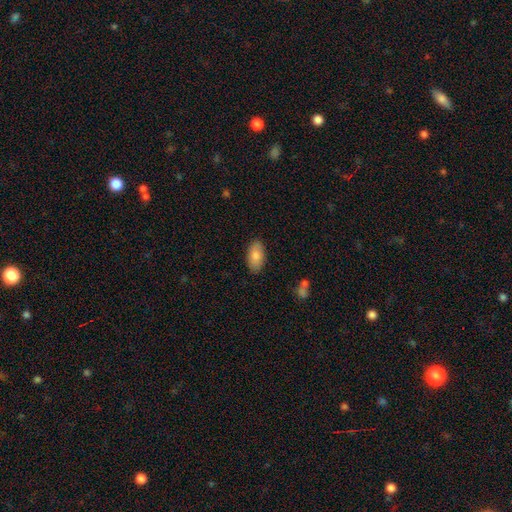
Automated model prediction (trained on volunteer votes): Overall: smooth (84%). How rounded: in between (93%). Merging: none (86%).